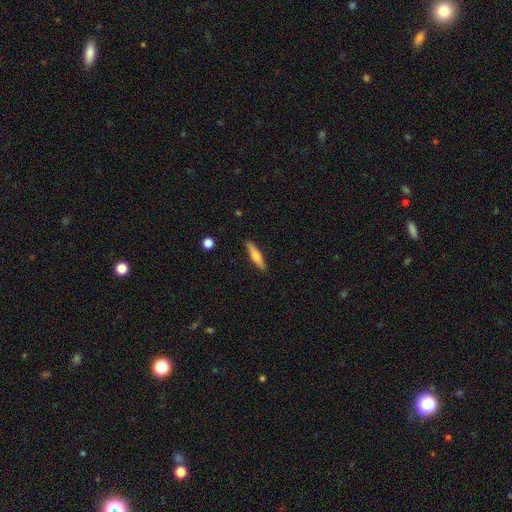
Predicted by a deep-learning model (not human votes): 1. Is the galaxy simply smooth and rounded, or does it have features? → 56% smooth, 38% featured or disk, 6% star or artifact.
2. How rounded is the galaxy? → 81% cigar-shaped, 17% in between, 2% round.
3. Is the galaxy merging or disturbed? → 89% none, 8% minor disturbance, 2% major disturbance, 1% merger.